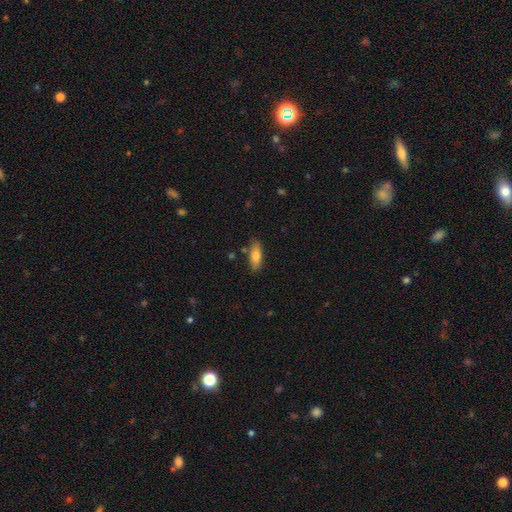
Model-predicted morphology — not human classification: type=smooth (76%); roundness=in between (61%); merging=none (81%).